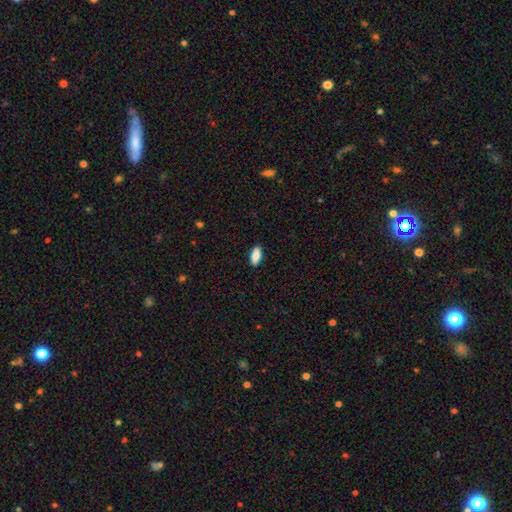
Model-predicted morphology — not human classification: type=smooth (87%); roundness=in between (83%); merging=none (89%).